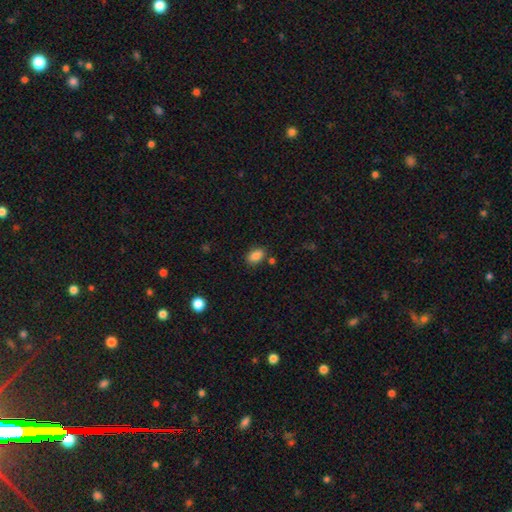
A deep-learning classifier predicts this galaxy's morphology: Overall: smooth (87%). How rounded: in between (88%). Merging: none (81%).